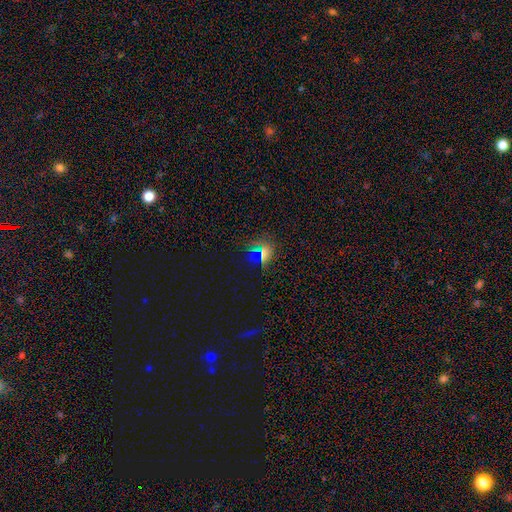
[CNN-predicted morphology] This appears to be a star or artifact, not a galaxy (47%).